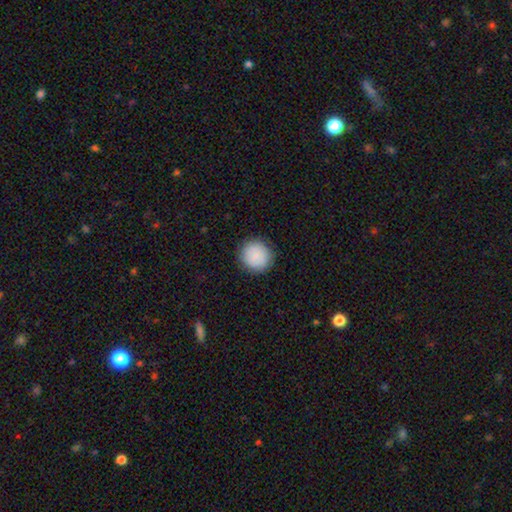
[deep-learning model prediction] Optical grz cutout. It shows a smooth galaxy with no disk features (86%) that is round (92%). Merging: none (89%).